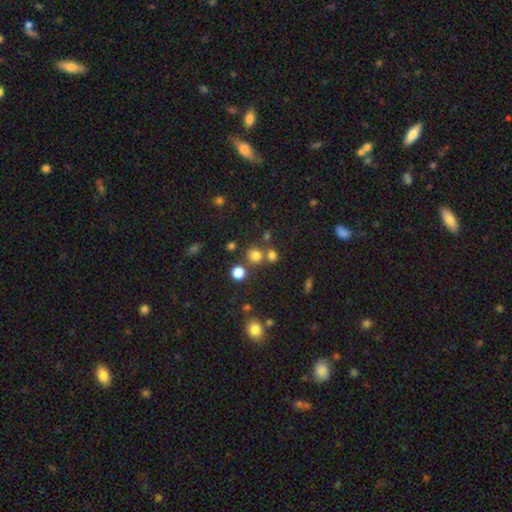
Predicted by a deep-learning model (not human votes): Smooth or featured?
  - smooth: 74% *
  - star or artifact: 20%
  - featured or disk: 7%
How rounded?
  - round: 82% *
  - in between: 17%
  - cigar-shaped: 1%
Merging?
  - none: 67% *
  - merger: 20%
  - minor disturbance: 9%
  - major disturbance: 4%